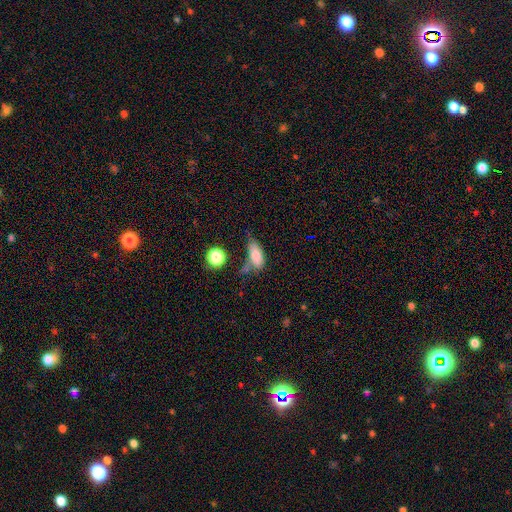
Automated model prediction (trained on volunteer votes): smooth_or_featured: smooth (p=0.77) [alt: featured or disk p=0.13]
how_rounded: in between (p=0.80) [alt: cigar-shaped p=0.15]
merging: none (p=0.39) [alt: minor disturbance p=0.30]